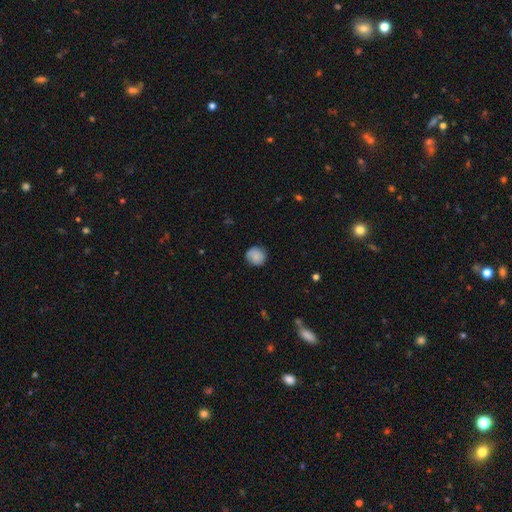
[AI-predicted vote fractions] A smooth galaxy with no disk features (82%) that is round (88%). Merging: none (83%).